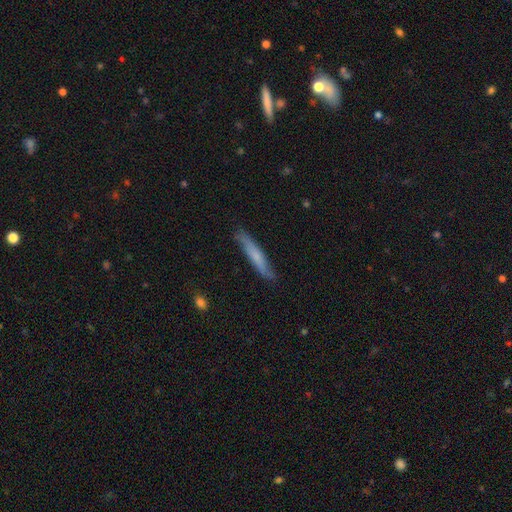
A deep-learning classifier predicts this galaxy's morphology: A smooth galaxy with no disk features (61%) that is cigar-shaped (94%). Merging: none (84%).